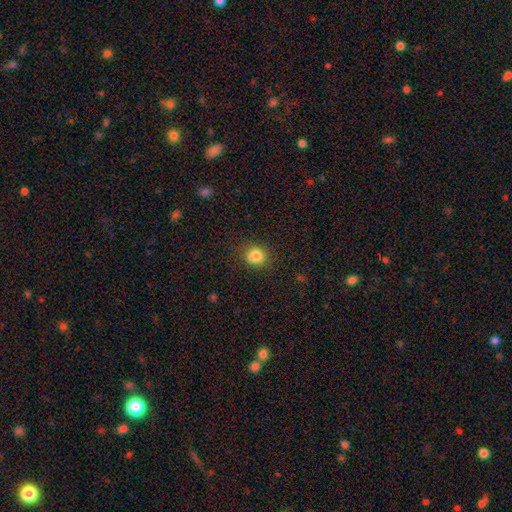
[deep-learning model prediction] smooth_or_featured: smooth (p=0.81) [alt: star or artifact p=0.12]
how_rounded: round (p=0.78) [alt: in between p=0.21]
merging: none (p=0.74) [alt: minor disturbance p=0.15]